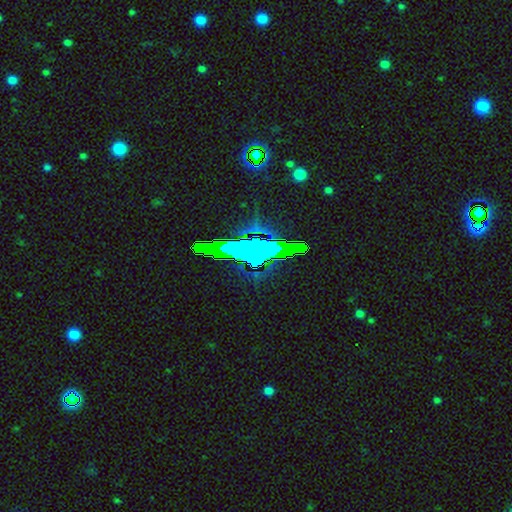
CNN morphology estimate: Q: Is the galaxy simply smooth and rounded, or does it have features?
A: star or artifact — 67%.